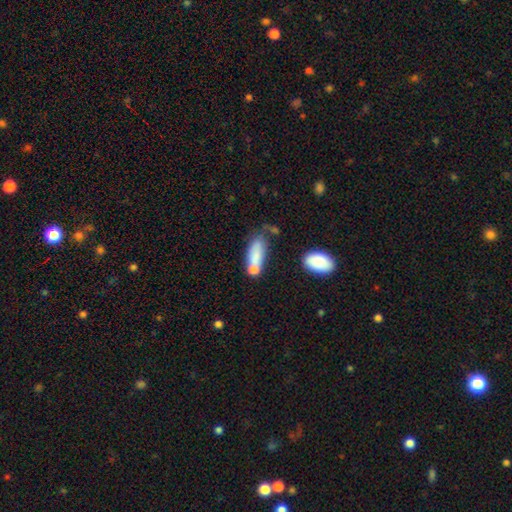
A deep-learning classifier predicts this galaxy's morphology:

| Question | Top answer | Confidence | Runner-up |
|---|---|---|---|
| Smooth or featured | smooth | 75% | featured or disk (17%) |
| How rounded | in between | 67% | cigar-shaped (30%) |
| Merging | none | 34% | merger (31%) |